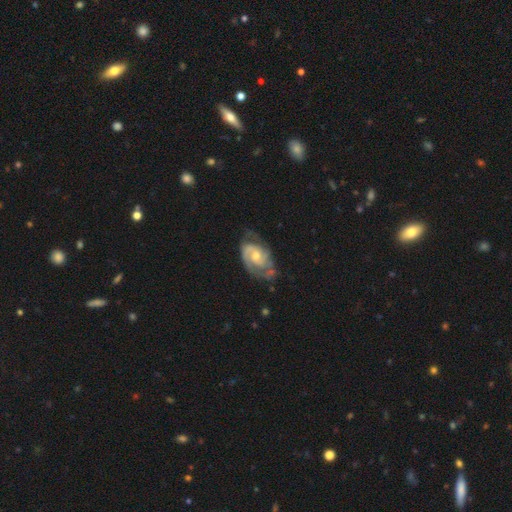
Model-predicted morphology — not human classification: Smooth or featured: featured or disk — 84% (smooth — 11%)
Edge-on disk: no — 97% (yes — 3%)
Bar: no — 63% (weak — 32%)
Spiral arms: yes — 95% (no — 5%)
Spiral winding: tight — 48% (medium — 41%)
Spiral arm count: 2 — 69% (can't tell — 14%)
Bulge size: moderate — 54% (small — 41%)
Merging: none — 57% (minor disturbance — 27%)